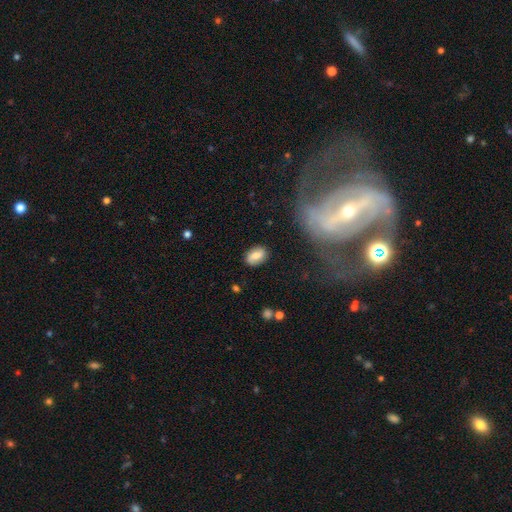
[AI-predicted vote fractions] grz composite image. It shows a smooth galaxy with no disk features (66%) that is in between round and cigar-shaped (83%). Merging: none (83%).